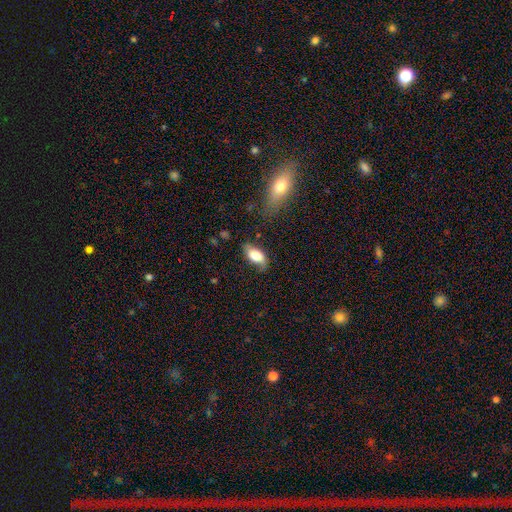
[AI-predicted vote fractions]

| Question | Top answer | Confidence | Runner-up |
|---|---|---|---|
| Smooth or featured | smooth | 69% | featured or disk (23%) |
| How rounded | in between | 90% | cigar-shaped (6%) |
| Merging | none | 63% | minor disturbance (26%) |